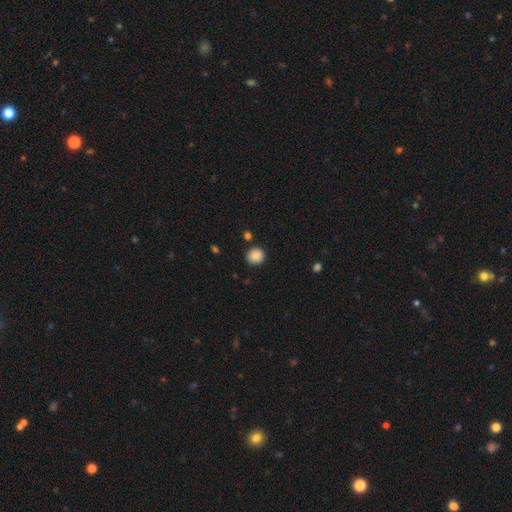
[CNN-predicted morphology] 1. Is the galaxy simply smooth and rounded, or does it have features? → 87% smooth, 9% star or artifact, 4% featured or disk.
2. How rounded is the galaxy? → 90% round, 9% in between, 1% cigar-shaped.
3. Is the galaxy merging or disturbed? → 85% none, 9% minor disturbance, 3% merger, 2% major disturbance.